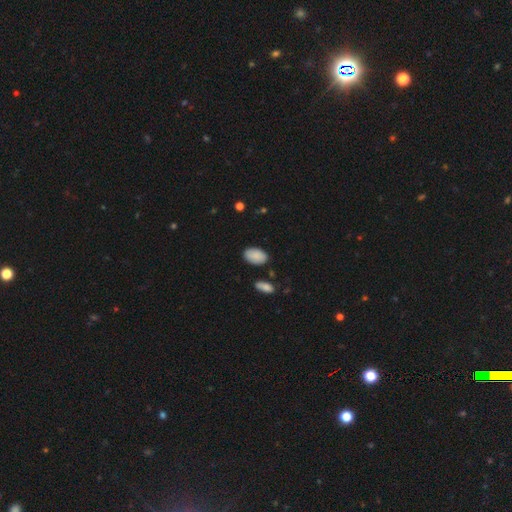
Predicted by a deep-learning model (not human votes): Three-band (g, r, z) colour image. It shows a smooth galaxy with no disk features (89%) that is in between round and cigar-shaped (92%). Merging: none (82%).